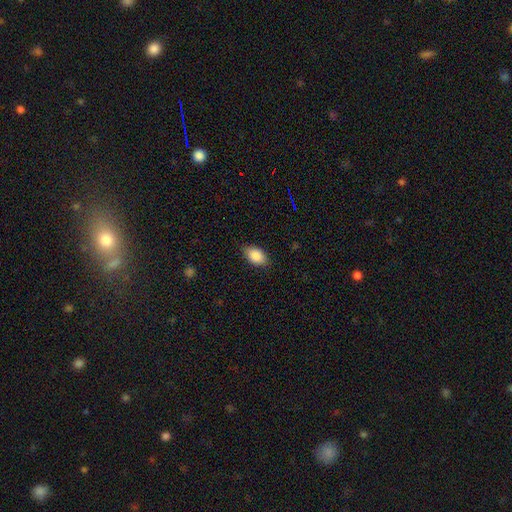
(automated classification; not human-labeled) Morphology: type=smooth (87%); roundness=in between (89%); merging=none (82%).